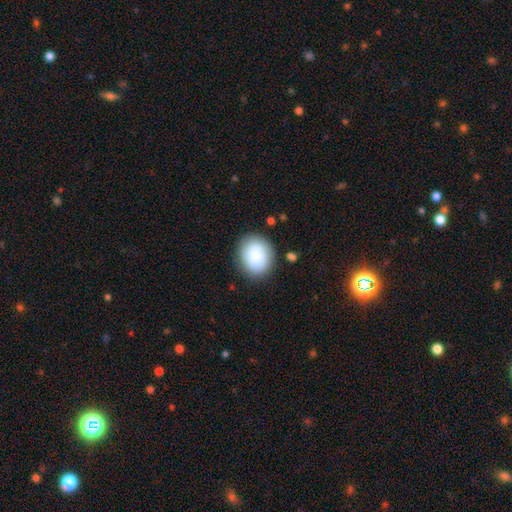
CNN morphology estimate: type=smooth (78%); roundness=round (66%); merging=none (82%).